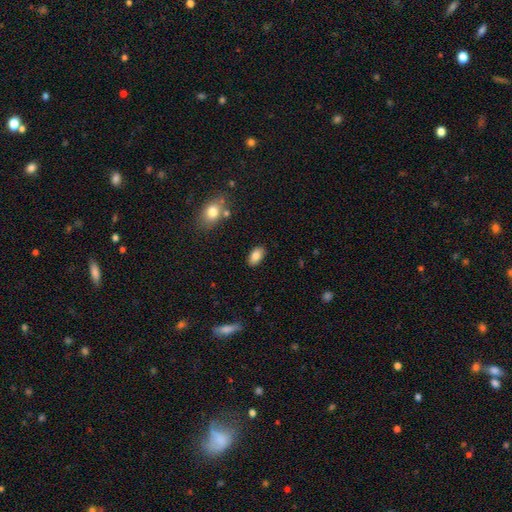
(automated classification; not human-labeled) Smooth or featured? smooth (85%)
How rounded? in between (93%)
Merging? none (87%)